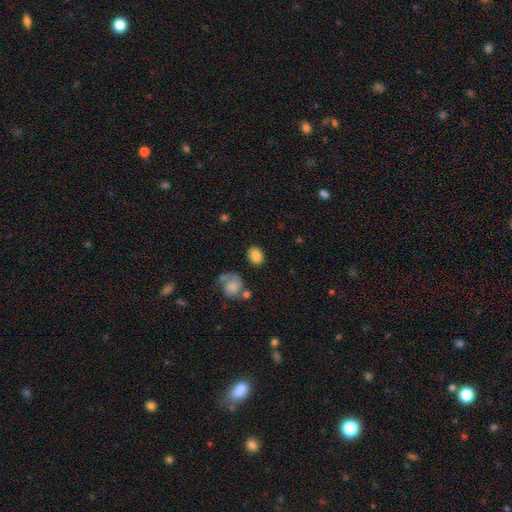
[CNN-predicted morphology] type=smooth (81%); roundness=in between (62%); merging=none (81%).